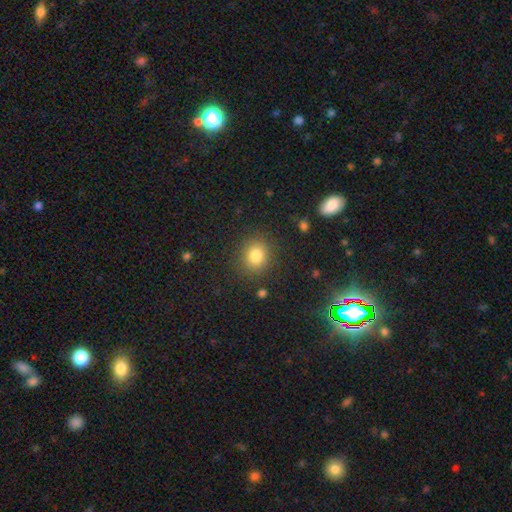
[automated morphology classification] The model was most divided on "how rounded": round: 73%, in between: 26%, cigar-shaped: 1%. More confident: merging — none (86%); smooth or featured — smooth (81%).